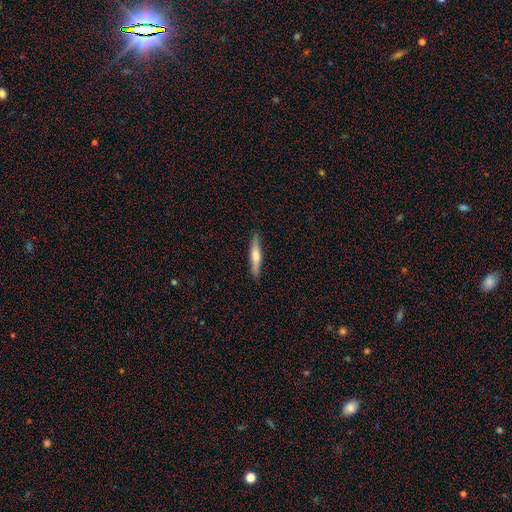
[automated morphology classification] smooth-or-featured: smooth: 53% | featured or disk: 42% | star or artifact: 6%
  how-rounded: cigar-shaped: 89% | in between: 10% | round: 1%
  merging: none: 89% | minor disturbance: 8% | major disturbance: 2% | merger: 1%